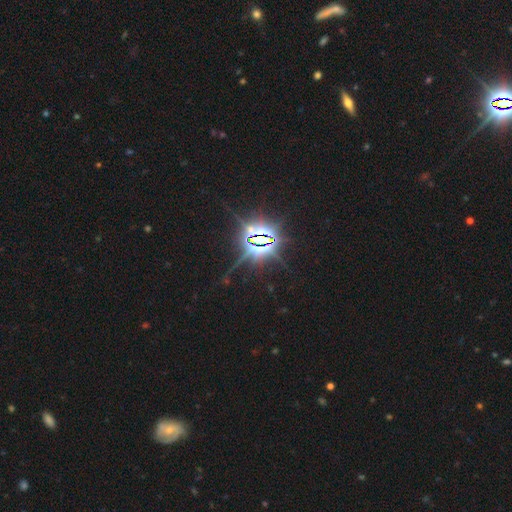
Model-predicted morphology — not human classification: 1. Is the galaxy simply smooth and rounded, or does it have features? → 87% star or artifact, 7% featured or disk, 6% smooth.